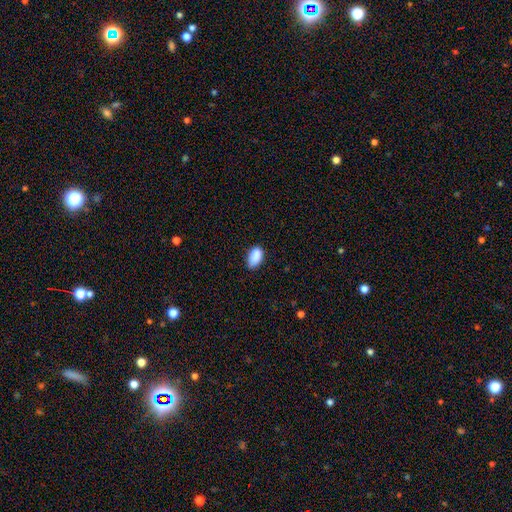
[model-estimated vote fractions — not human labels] A smooth galaxy with no disk features (87%) that is in between round and cigar-shaped (91%). Merging: none (60%).